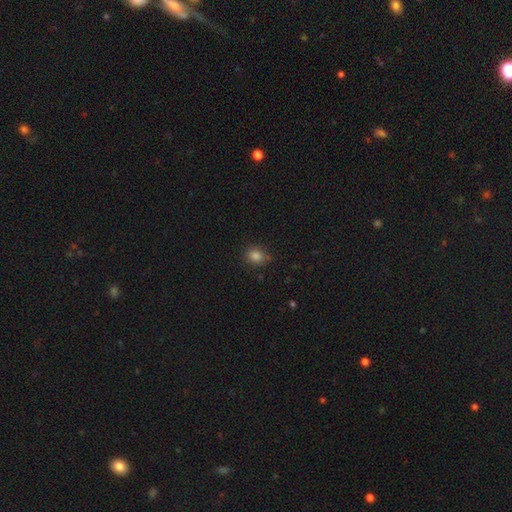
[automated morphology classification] Smooth or featured? Predicted: smooth (p=0.83). How rounded? Predicted: round (p=0.64). Merging? Predicted: none (p=0.82).